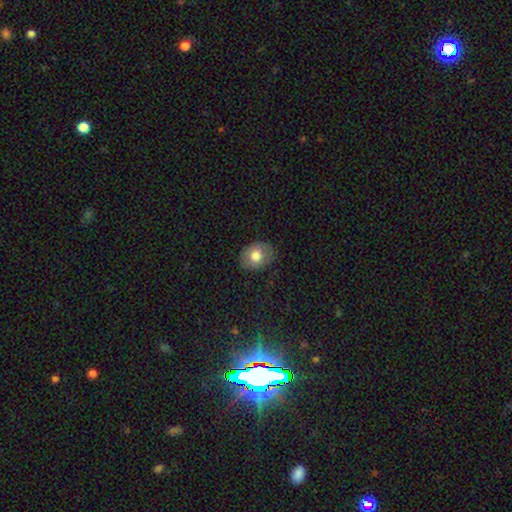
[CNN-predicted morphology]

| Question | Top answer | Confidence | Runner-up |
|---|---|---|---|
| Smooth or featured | smooth | 73% | featured or disk (18%) |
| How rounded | in between | 57% | round (42%) |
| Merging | none | 81% | minor disturbance (15%) |